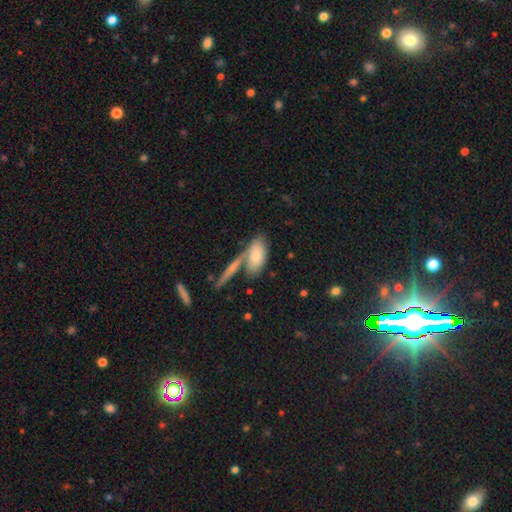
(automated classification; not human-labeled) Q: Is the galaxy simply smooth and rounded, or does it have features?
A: smooth — 74%.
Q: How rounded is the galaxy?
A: in between — 83%.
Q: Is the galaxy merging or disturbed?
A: none — 44%.